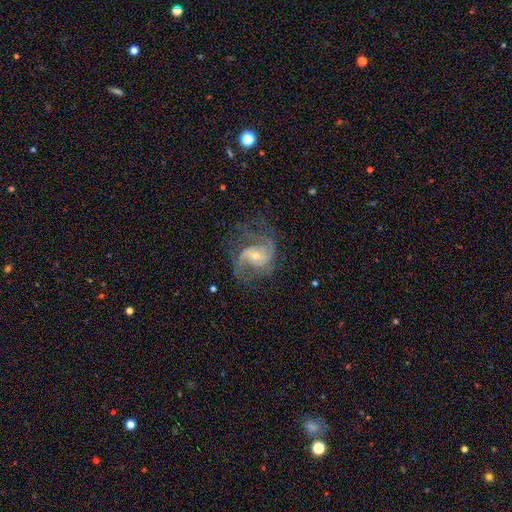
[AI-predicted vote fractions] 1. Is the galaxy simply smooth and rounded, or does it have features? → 86% featured or disk, 7% smooth, 6% star or artifact.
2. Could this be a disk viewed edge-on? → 98% no, 2% yes.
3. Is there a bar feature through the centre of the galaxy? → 49% no, 39% weak, 12% strong.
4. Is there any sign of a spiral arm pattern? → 95% yes, 5% no.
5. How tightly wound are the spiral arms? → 51% medium, 26% loose, 23% tight.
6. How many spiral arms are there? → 66% 2, 12% 3, 11% can't tell, 4% 1, 3% 4, 3% more than 4.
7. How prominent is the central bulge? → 57% small, 39% moderate, 2% large, 1% none, 1% dominant.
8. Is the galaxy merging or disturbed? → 59% none, 20% major disturbance, 19% minor disturbance, 2% merger.